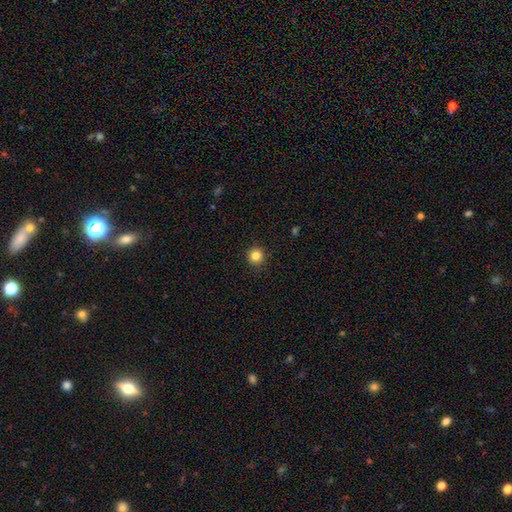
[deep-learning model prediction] Overall: smooth (84%). How rounded: round (95%). Merging: none (92%).